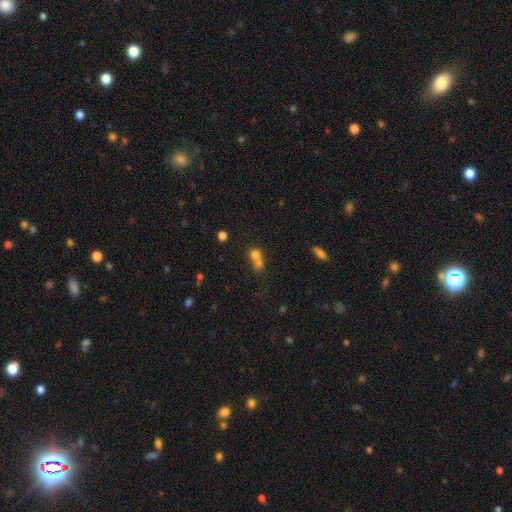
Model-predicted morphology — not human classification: Smooth or featured? Predicted: smooth (p=0.71). How rounded? Predicted: round (p=0.69). Merging? Predicted: merger (p=0.64).